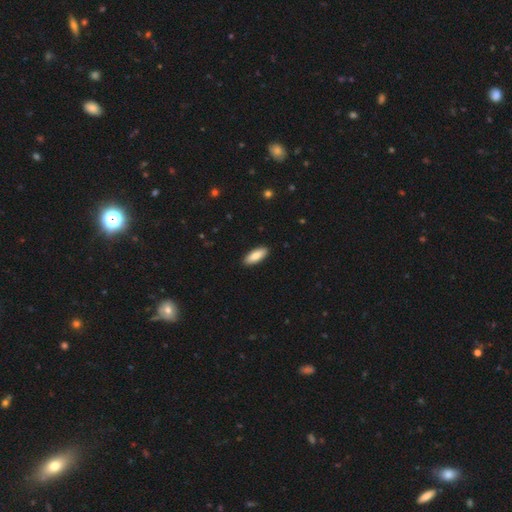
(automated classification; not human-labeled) This is clearly a smooth galaxy (85%). How rounded: likely in between (71%). Merging: clearly none (90%).